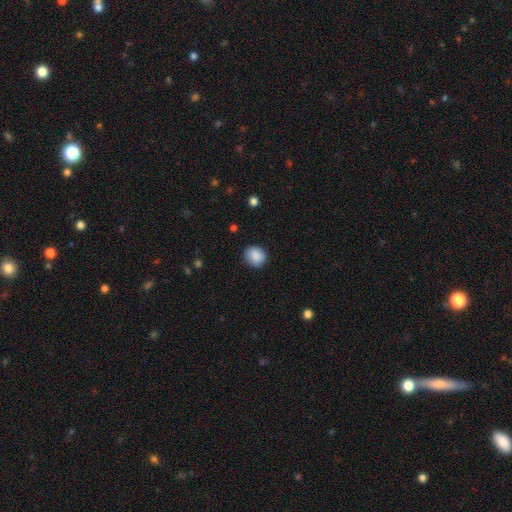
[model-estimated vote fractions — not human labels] Smooth or featured?
  - smooth: 88% *
  - star or artifact: 8%
  - featured or disk: 4%
How rounded?
  - round: 84% *
  - in between: 15%
  - cigar-shaped: 1%
Merging?
  - none: 87% *
  - minor disturbance: 10%
  - major disturbance: 2%
  - merger: 1%